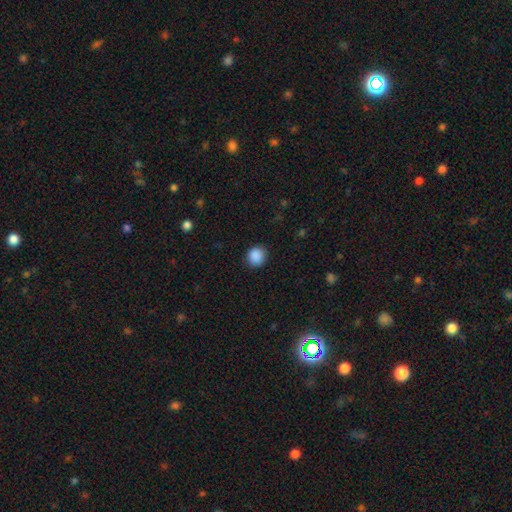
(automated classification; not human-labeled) Q: Smooth or featured?
A: smooth (89%); runner-up: star or artifact (8%)
Q: How rounded?
A: round (85%); runner-up: in between (14%)
Q: Merging?
A: none (87%); runner-up: minor disturbance (9%)